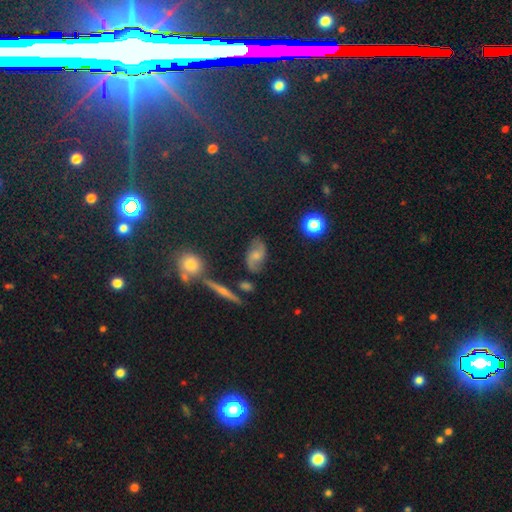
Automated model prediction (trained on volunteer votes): Overall: featured or disk (64%; smooth 25%). Edge-on disk: no (93%). Bar: no (59%; weak 34%). Spiral arms: yes (91%). Spiral arm count: 2 (91%). Spiral winding: loose (58%; medium 32%). Bulge size: moderate (42%; small 34%). Merging: none (75%).